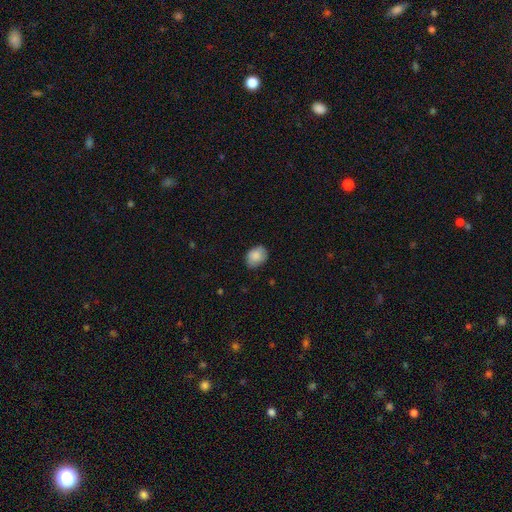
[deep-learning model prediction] A smooth galaxy with no disk features (85%) that is in between round and cigar-shaped (62%).

Vote fractions:
- Smooth or featured? smooth: 85% / featured or disk: 8% / star or artifact: 7%
- How rounded? in between: 62% / round: 37% / cigar-shaped: 1%
- Merging? none: 77% / minor disturbance: 19% / major disturbance: 3% / merger: 1%